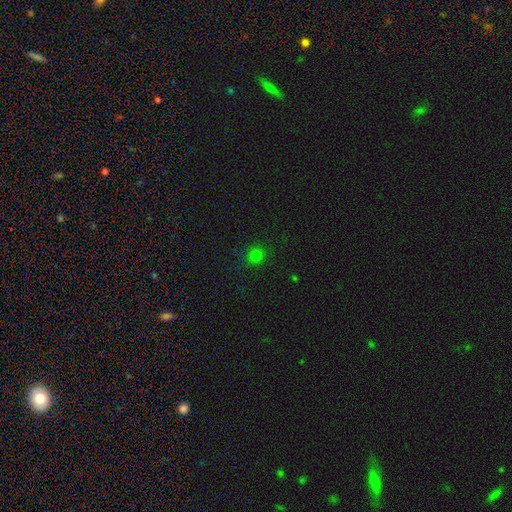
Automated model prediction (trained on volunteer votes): Smooth or featured? Predicted: smooth (p=0.74). How rounded? Predicted: round (p=0.89). Merging? Predicted: none (p=0.87).